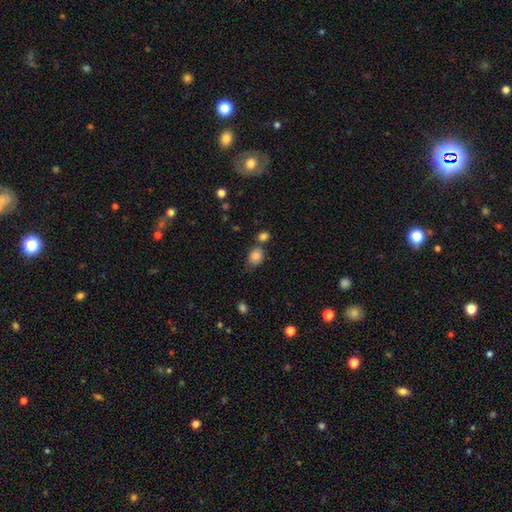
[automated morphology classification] Q: Smooth or featured?
A: smooth (85%); runner-up: star or artifact (10%)
Q: How rounded?
A: in between (53%); runner-up: round (46%)
Q: Merging?
A: none (54%); runner-up: minor disturbance (21%)